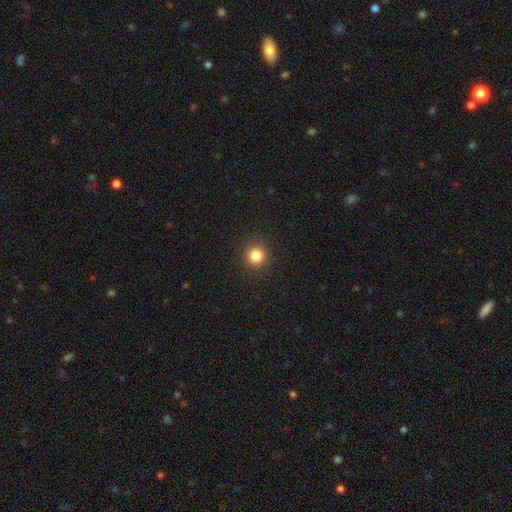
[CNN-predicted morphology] smooth-or-featured: smooth: 83% | star or artifact: 12% | featured or disk: 5%
  how-rounded: round: 93% | in between: 6% | cigar-shaped: 1%
  merging: none: 92% | minor disturbance: 5% | major disturbance: 2% | merger: 1%